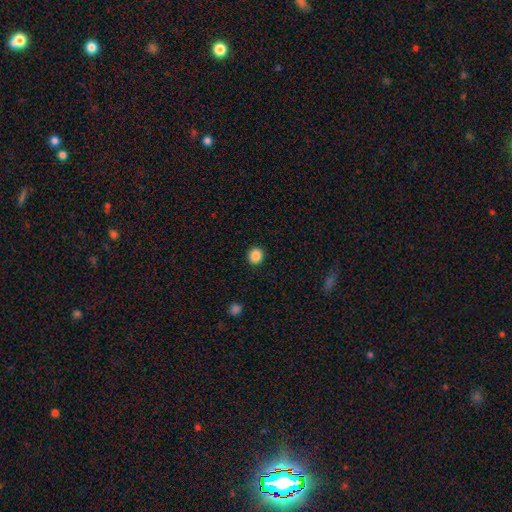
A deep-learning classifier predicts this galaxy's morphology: smooth_or_featured: smooth (p=0.87) [alt: star or artifact p=0.10]
how_rounded: round (p=0.89) [alt: in between p=0.10]
merging: none (p=0.92) [alt: minor disturbance p=0.05]